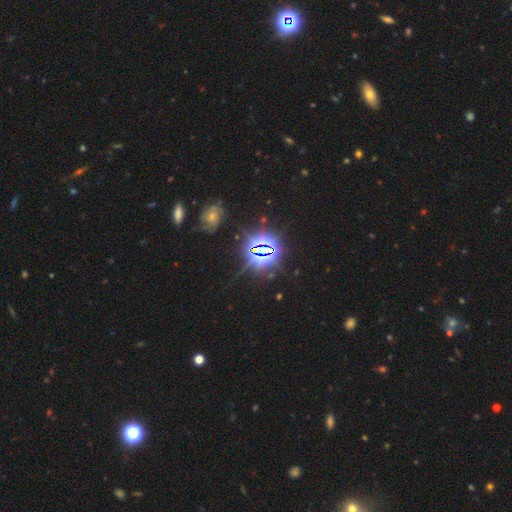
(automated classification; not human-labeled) This appears to be a star or artifact, not a galaxy (83%).